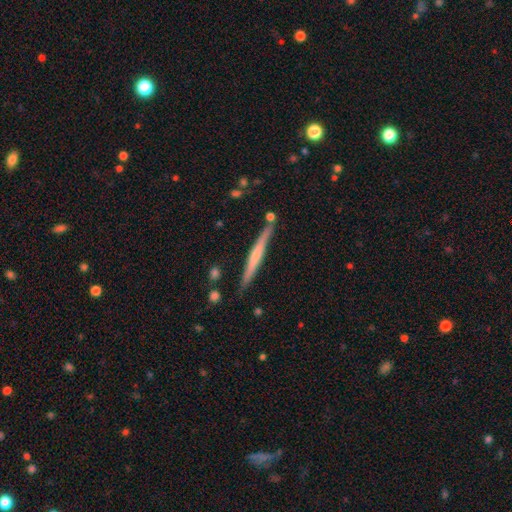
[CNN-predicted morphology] type=featured or disk (55%); edge-on=yes (97%); edge-on bulge=none (60%); merging=none (84%).